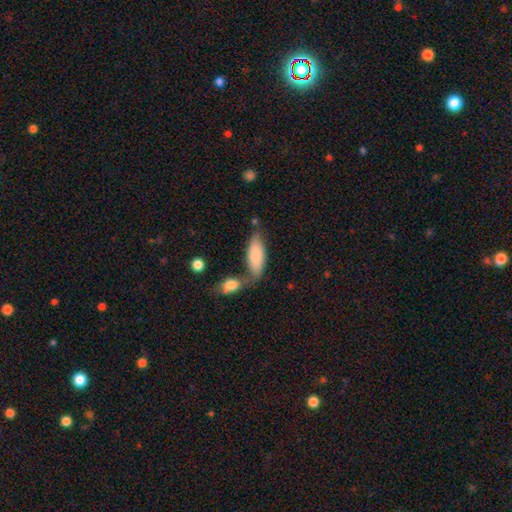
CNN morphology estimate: Q: Smooth or featured?
A: smooth (82%); runner-up: featured or disk (12%)
Q: How rounded?
A: in between (76%); runner-up: cigar-shaped (21%)
Q: Merging?
A: none (45%); runner-up: merger (33%)